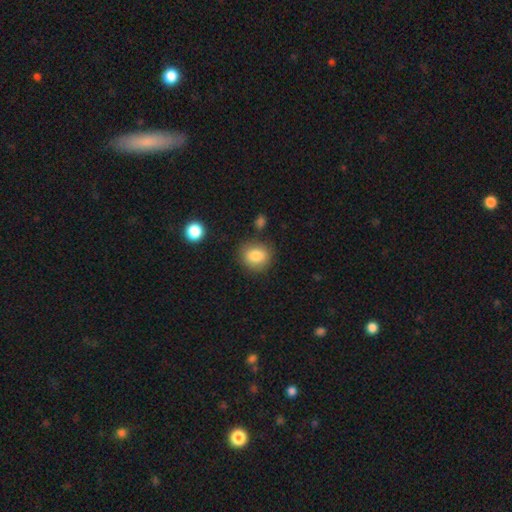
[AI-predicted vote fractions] A smooth galaxy with no disk features (83%) that is round (71%).

Vote fractions:
- Smooth or featured? smooth: 83% / star or artifact: 9% / featured or disk: 8%
- How rounded? round: 71% / in between: 28% / cigar-shaped: 1%
- Merging? none: 82% / minor disturbance: 12% / major disturbance: 3% / merger: 3%